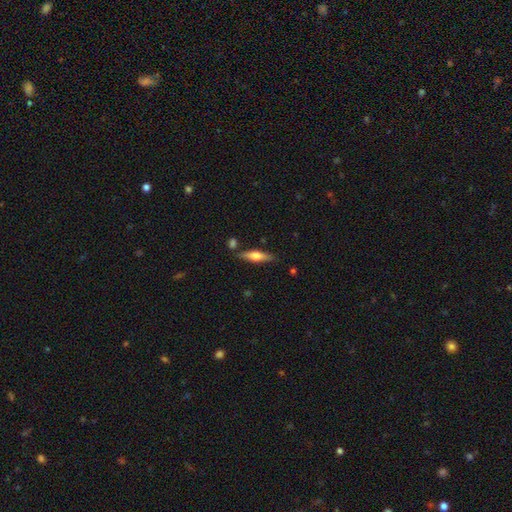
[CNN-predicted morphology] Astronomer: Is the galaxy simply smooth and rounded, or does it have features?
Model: featured or disk — 49% (runner-up: smooth, 45%).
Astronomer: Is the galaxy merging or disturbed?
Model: none — 80%.